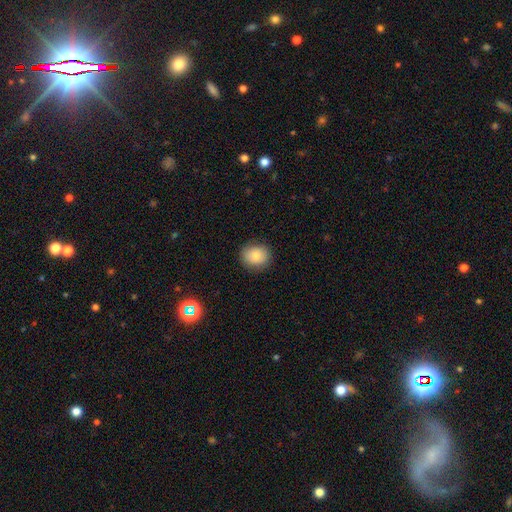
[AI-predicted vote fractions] A smooth galaxy with no disk features (83%) that is round (70%).

Vote fractions:
- Smooth or featured? smooth: 83% / star or artifact: 9% / featured or disk: 8%
- How rounded? round: 70% / in between: 29% / cigar-shaped: 1%
- Merging? none: 87% / minor disturbance: 10% / major disturbance: 2% / merger: 1%